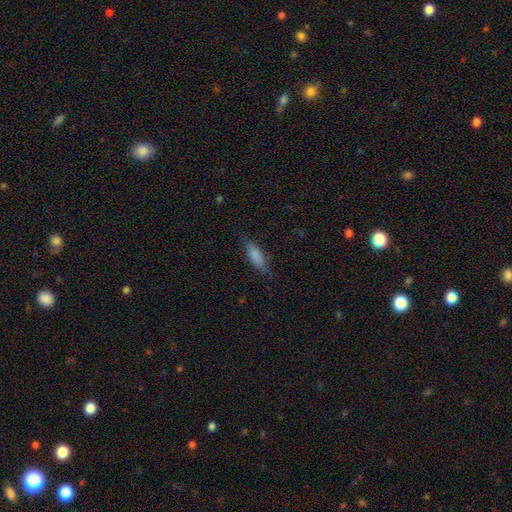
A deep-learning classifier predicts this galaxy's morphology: smooth-or-featured: smooth: 83% | featured or disk: 10% | star or artifact: 7%
  how-rounded: in between: 60% | cigar-shaped: 38% | round: 2%
  merging: none: 77% | minor disturbance: 18% | major disturbance: 4% | merger: 1%